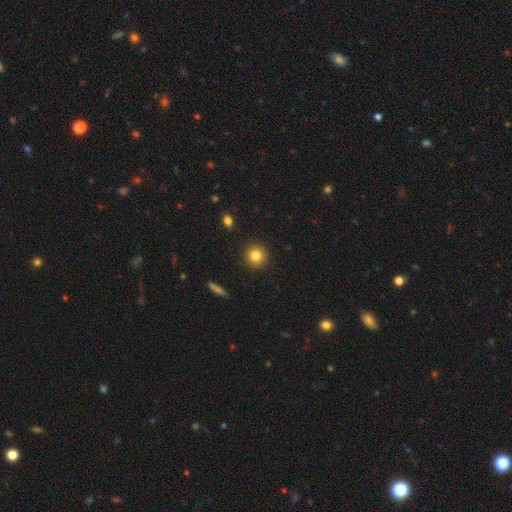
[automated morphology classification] This is clearly a smooth galaxy (82%). How rounded: clearly round (94%). Merging: clearly none (92%).